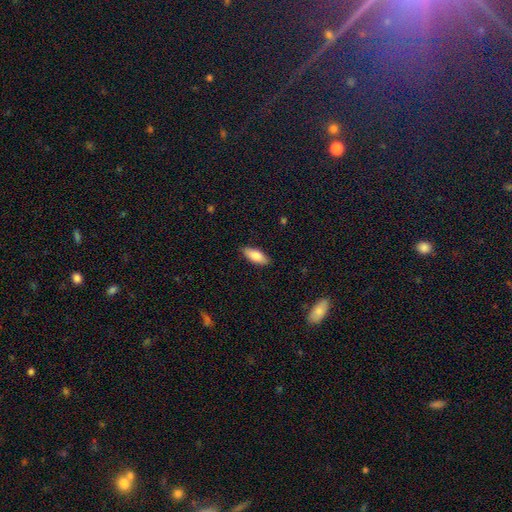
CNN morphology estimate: Q: Smooth or featured?
A: smooth (82%); runner-up: featured or disk (11%)
Q: How rounded?
A: in between (79%); runner-up: cigar-shaped (19%)
Q: Merging?
A: none (87%); runner-up: minor disturbance (10%)